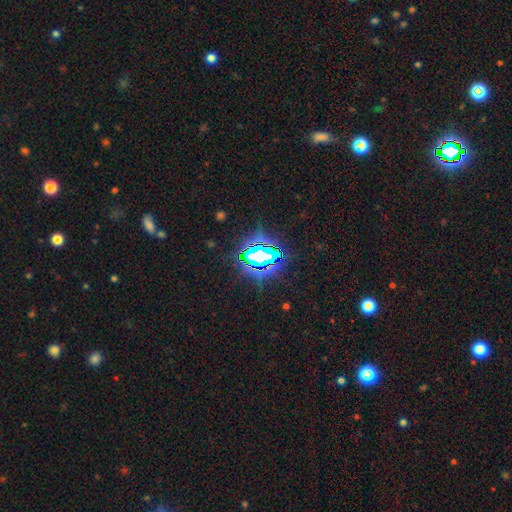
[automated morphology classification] type=star or artifact (75%).